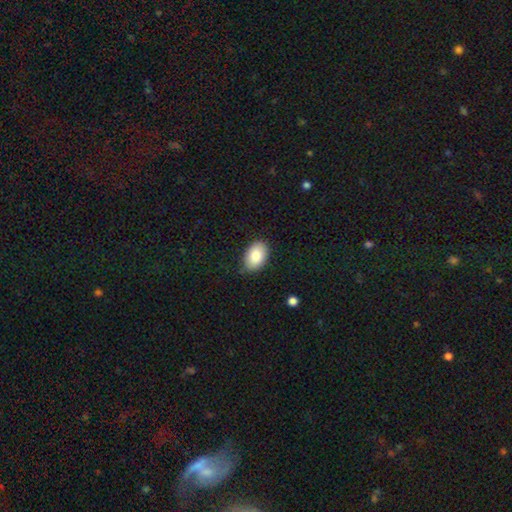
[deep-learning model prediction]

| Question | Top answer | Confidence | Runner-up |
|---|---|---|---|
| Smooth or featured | smooth | 85% | featured or disk (8%) |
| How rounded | in between | 89% | round (10%) |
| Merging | none | 83% | minor disturbance (14%) |